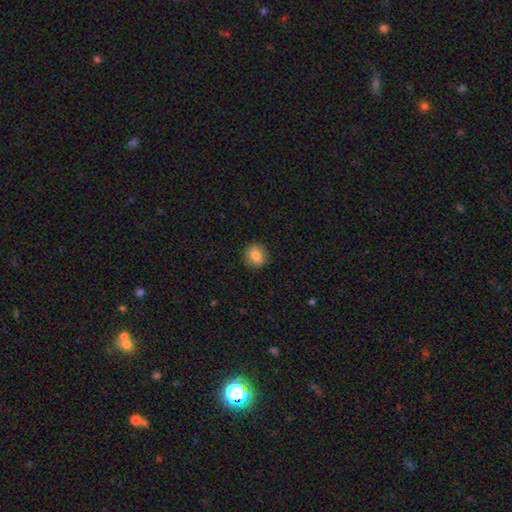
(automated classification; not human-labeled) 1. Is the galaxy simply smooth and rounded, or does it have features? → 80% smooth, 11% featured or disk, 9% star or artifact.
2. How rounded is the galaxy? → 84% round, 15% in between, 1% cigar-shaped.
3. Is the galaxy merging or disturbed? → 89% none, 8% minor disturbance, 2% major disturbance, 1% merger.